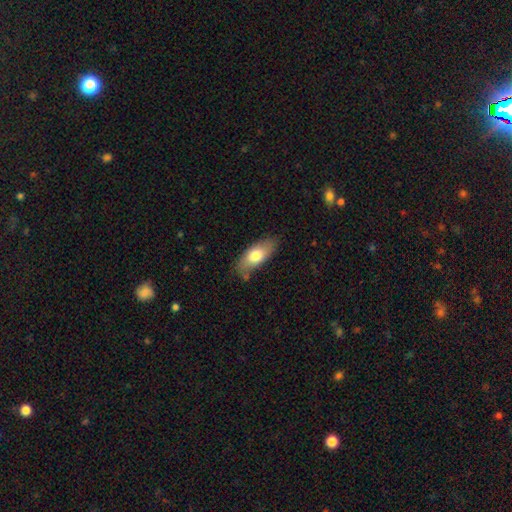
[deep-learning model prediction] A smooth galaxy with no disk features (73%) that is in between round and cigar-shaped (84%).

Vote fractions:
- Smooth or featured? smooth: 73% / featured or disk: 21% / star or artifact: 6%
- How rounded? in between: 84% / cigar-shaped: 13% / round: 3%
- Merging? none: 74% / minor disturbance: 19% / major disturbance: 4% / merger: 3%